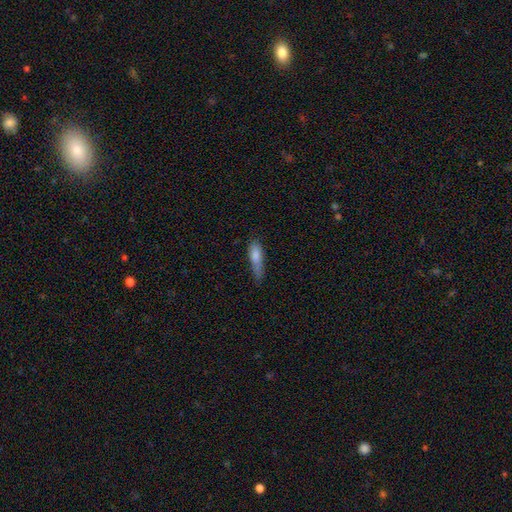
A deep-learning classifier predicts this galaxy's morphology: Smooth or featured? smooth (79%)
How rounded? cigar-shaped (58%)
Merging? none (41%)